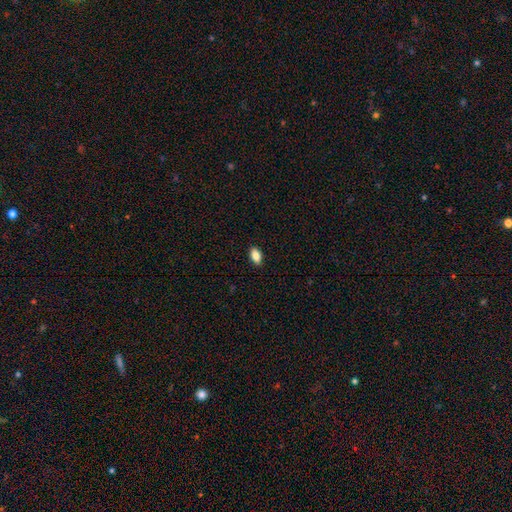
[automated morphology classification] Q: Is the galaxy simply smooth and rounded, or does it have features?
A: smooth — 84%.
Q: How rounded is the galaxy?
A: in between — 90%.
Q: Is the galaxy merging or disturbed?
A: none — 89%.